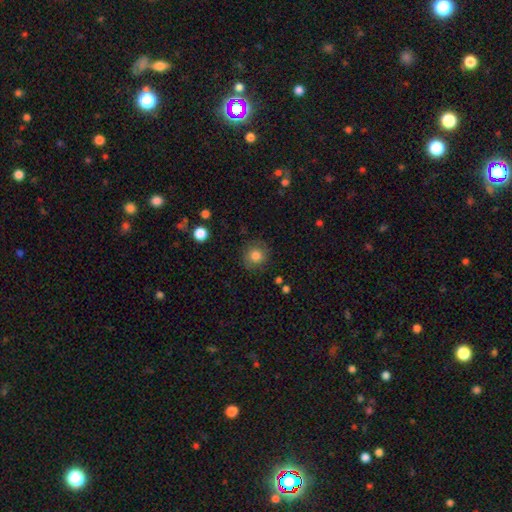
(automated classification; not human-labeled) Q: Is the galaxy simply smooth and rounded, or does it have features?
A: smooth — 81%.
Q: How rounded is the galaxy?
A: round — 90%.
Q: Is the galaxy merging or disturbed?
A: none — 84%.